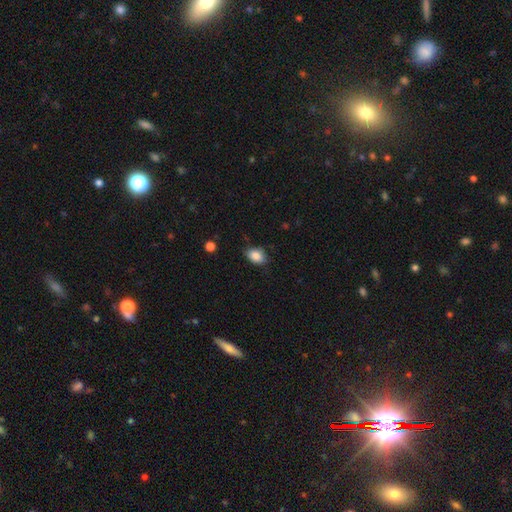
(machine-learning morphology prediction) Smooth or featured: smooth — 86% (star or artifact — 8%)
How rounded: in between — 80% (round — 19%)
Merging: none — 77% (minor disturbance — 18%)